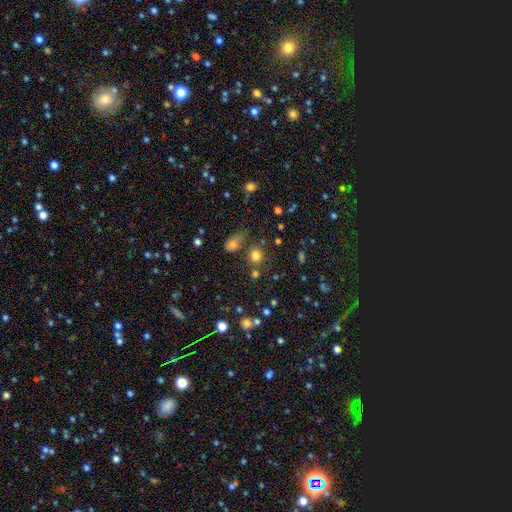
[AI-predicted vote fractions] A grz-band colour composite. It shows a smooth galaxy with no disk features (77%) that is round (84%). Merging: none (72%).